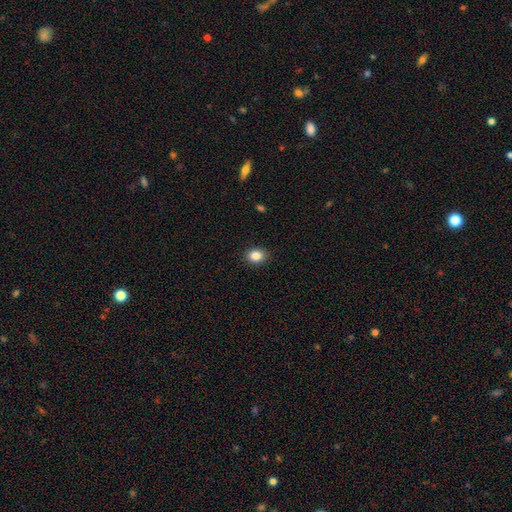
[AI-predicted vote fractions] Smooth or featured? smooth (86%)
How rounded? in between (51%)
Merging? none (89%)